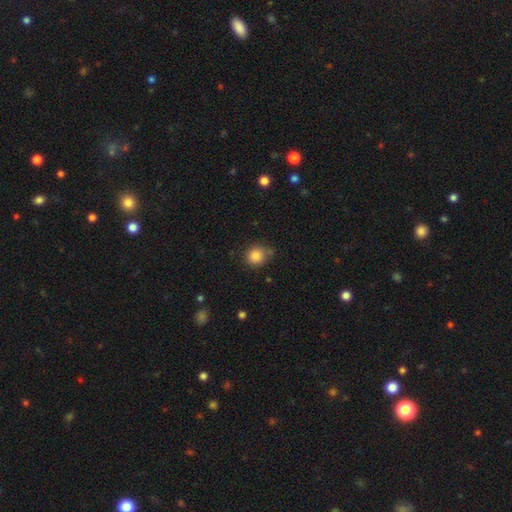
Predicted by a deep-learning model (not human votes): A smooth galaxy with no disk features (86%) that is round (83%).

Vote fractions:
- Smooth or featured? smooth: 86% / star or artifact: 10% / featured or disk: 5%
- How rounded? round: 83% / in between: 16% / cigar-shaped: 1%
- Merging? none: 66% / minor disturbance: 24% / major disturbance: 5% / merger: 5%